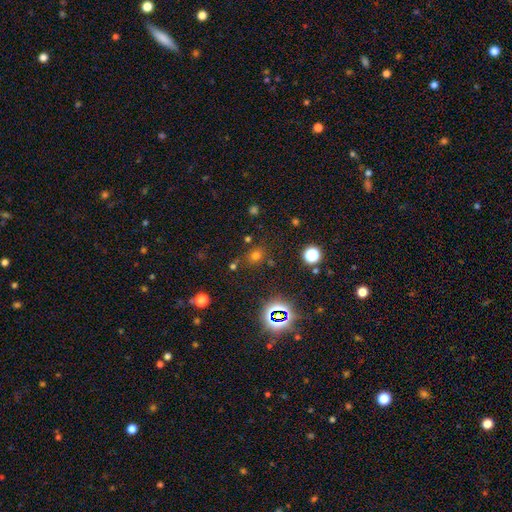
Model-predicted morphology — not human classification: Overall: smooth (58%; star or artifact 35%). How rounded: round (69%). Merging: none (76%).